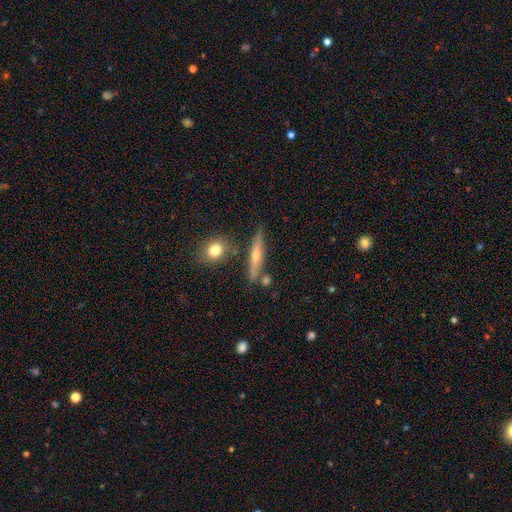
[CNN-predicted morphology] Overall: featured or disk (62%; smooth 30%). Edge-on disk: yes (94%). Edge-on bulge: rounded (84%). Merging: none (80%).